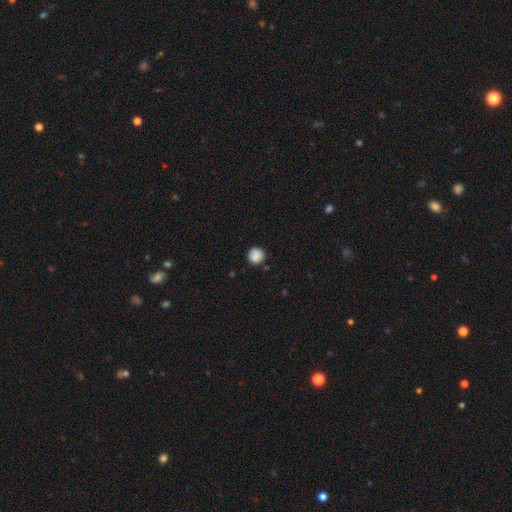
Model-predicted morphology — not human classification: smooth_or_featured: smooth (p=0.88) [alt: star or artifact p=0.09]
how_rounded: round (p=0.93) [alt: in between p=0.06]
merging: none (p=0.87) [alt: minor disturbance p=0.09]